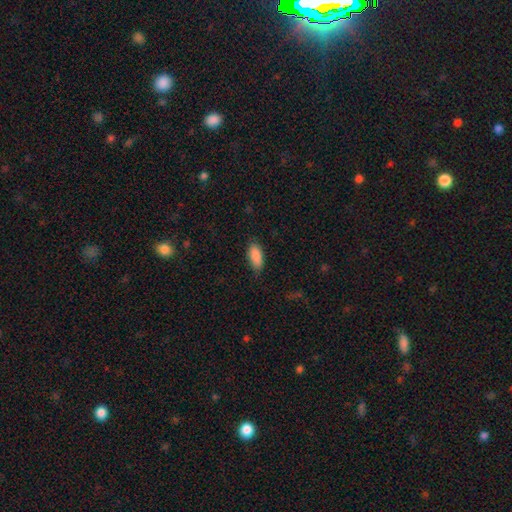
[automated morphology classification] A smooth galaxy with no disk features (89%) that is in between round and cigar-shaped (88%). Merging: none (79%).